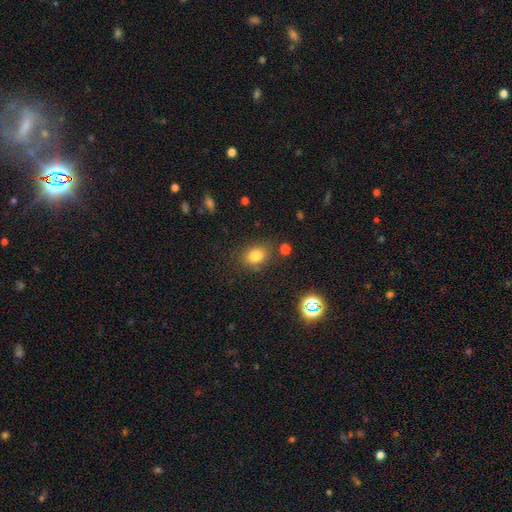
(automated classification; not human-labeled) Q: Smooth or featured?
A: smooth (79%); runner-up: star or artifact (14%)
Q: How rounded?
A: in between (52%); runner-up: round (47%)
Q: Merging?
A: none (80%); runner-up: minor disturbance (12%)